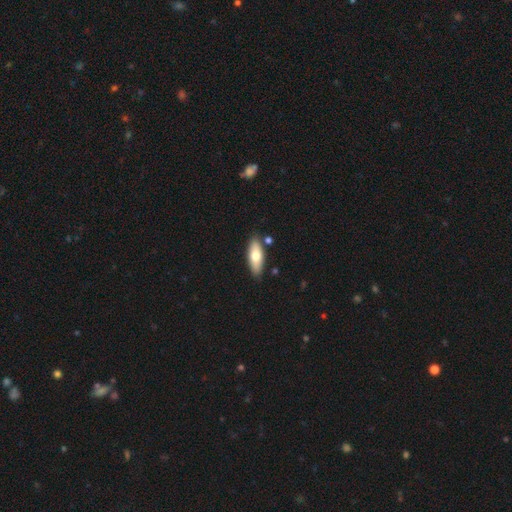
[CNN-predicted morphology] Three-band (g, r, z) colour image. It shows a smooth galaxy with no disk features (68%) that is in between round and cigar-shaped (71%). Merging: none (83%).